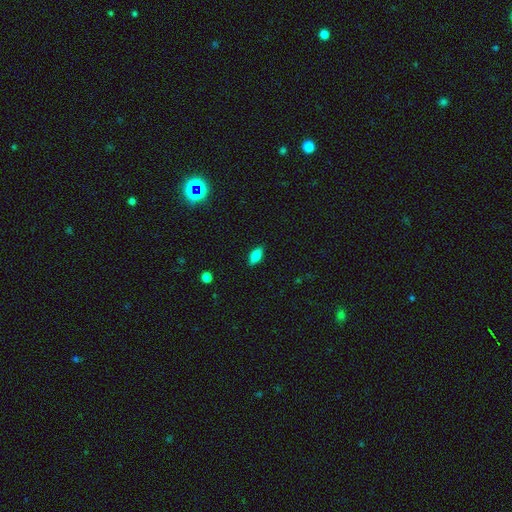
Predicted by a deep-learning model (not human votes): The model was most divided on "smooth or featured": smooth: 78%, featured or disk: 14%, star or artifact: 8%. More confident: merging — none (87%); how rounded — in between (85%).